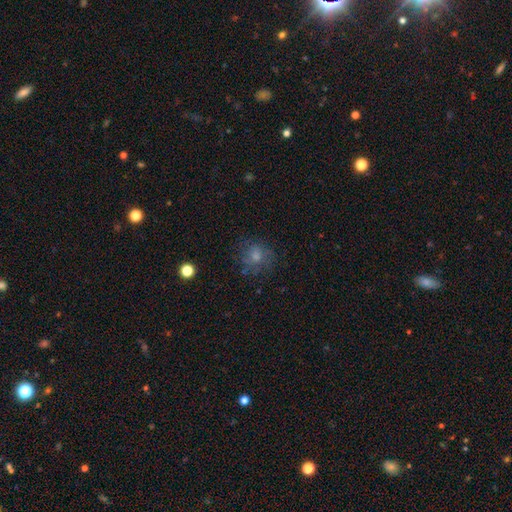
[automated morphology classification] Smooth or featured? smooth (51%)
How rounded? round (83%)
Merging? none (74%)